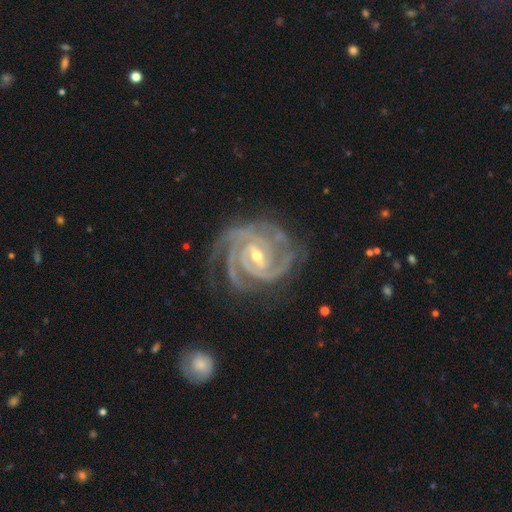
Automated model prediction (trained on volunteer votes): Morphology: type=featured or disk (93%); edge-on=no (98%); bar=weak (44%); spiral arms=yes (99%); winding=tight (76%); arm count=3 (39%); bulge=small (54%); merging=none (71%).